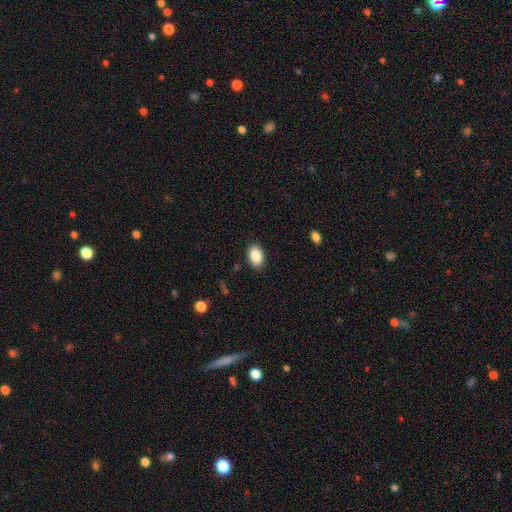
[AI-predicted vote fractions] smooth 89%, star or artifact 7%, featured or disk 4%. Down the decision tree: how rounded — in between (90%); merging — none (87%).